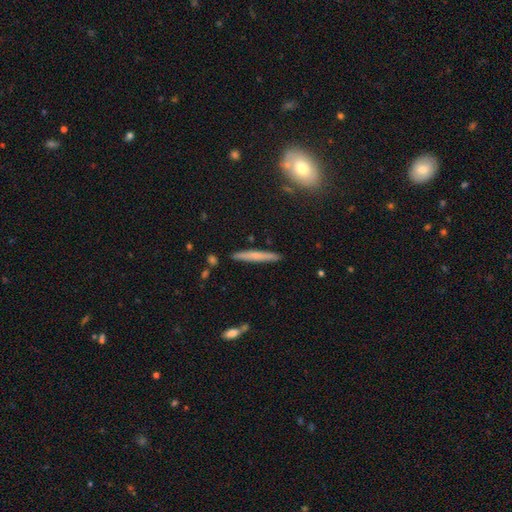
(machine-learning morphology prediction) A smooth galaxy with no disk features (56%) that is cigar-shaped (95%). Merging: none (89%).